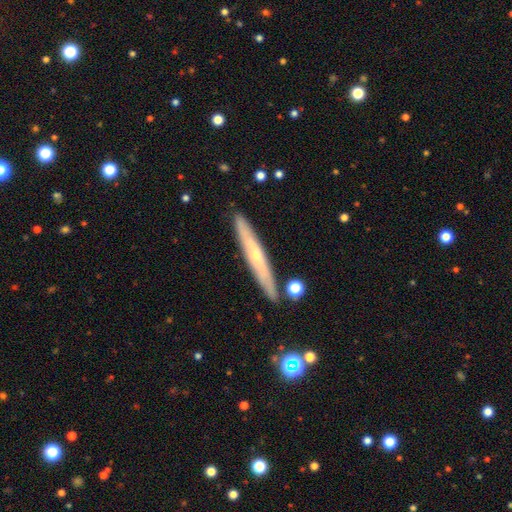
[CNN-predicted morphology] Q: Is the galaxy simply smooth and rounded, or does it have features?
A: featured or disk — 57%.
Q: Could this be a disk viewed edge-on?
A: yes — 86%.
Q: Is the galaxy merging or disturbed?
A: none — 86%.